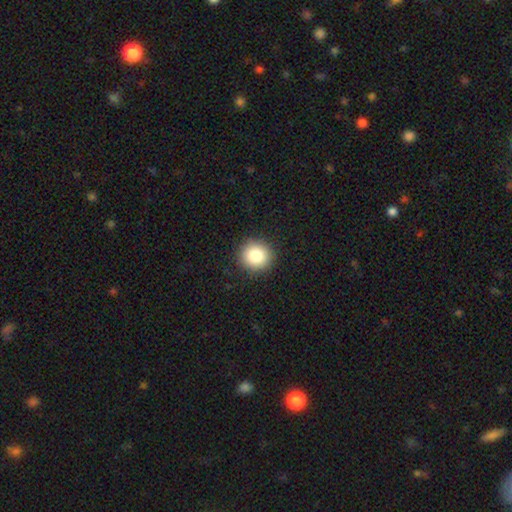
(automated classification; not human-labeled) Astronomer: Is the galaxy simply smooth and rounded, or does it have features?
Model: smooth — 84%.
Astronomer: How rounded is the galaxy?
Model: round — 88%.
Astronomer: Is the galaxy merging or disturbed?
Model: none — 90%.